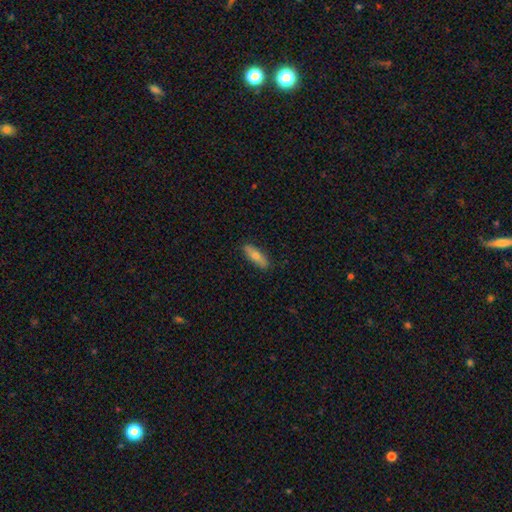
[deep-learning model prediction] A smooth galaxy with no disk features (72%) that is in between round and cigar-shaped (50%).

Vote fractions:
- Smooth or featured? smooth: 72% / featured or disk: 22% / star or artifact: 6%
- How rounded? in between: 50% / cigar-shaped: 48% / round: 2%
- Merging? none: 87% / minor disturbance: 10% / major disturbance: 2% / merger: 1%